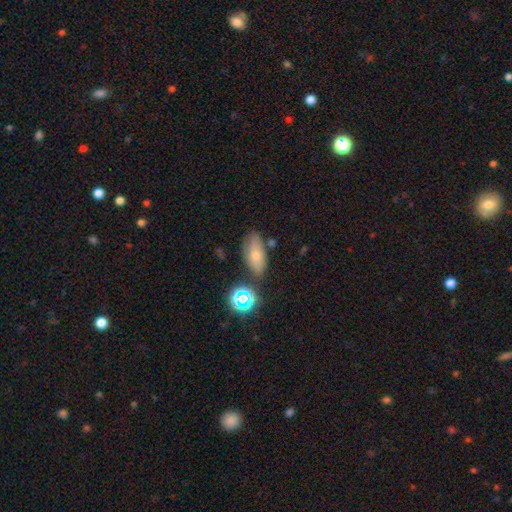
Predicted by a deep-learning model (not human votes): A smooth galaxy with no disk features (67%) that is in between round and cigar-shaped (82%). Merging: none (68%).